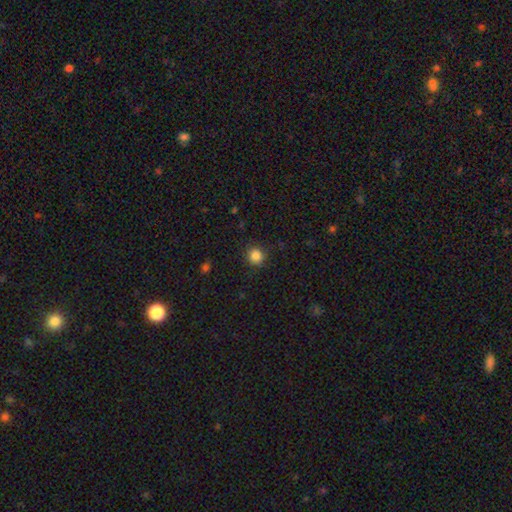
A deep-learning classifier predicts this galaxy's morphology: Smooth or featured? Predicted: smooth (p=0.86). How rounded? Predicted: round (p=0.90). Merging? Predicted: none (p=0.87).